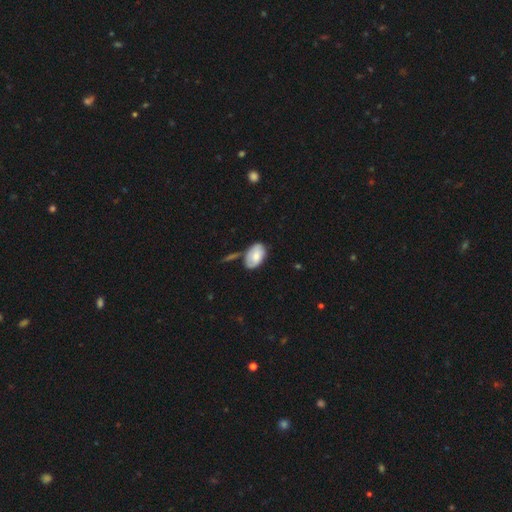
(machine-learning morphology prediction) smooth 73%, featured or disk 21%, star or artifact 6%. Down the decision tree: how rounded — in between (92%); merging — none (58%).